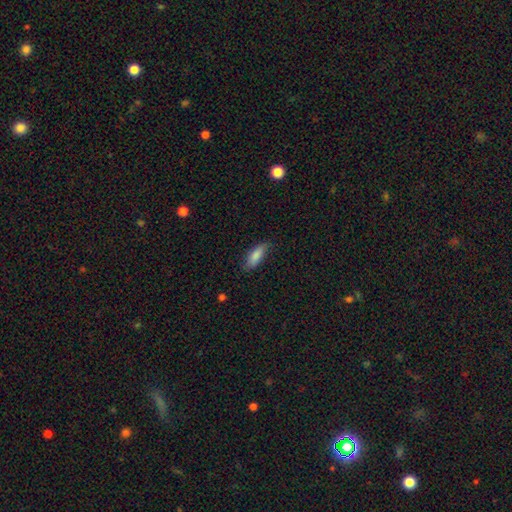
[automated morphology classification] Q: Smooth or featured?
A: smooth (83%); runner-up: featured or disk (11%)
Q: How rounded?
A: in between (68%); runner-up: cigar-shaped (30%)
Q: Merging?
A: none (72%); runner-up: minor disturbance (22%)